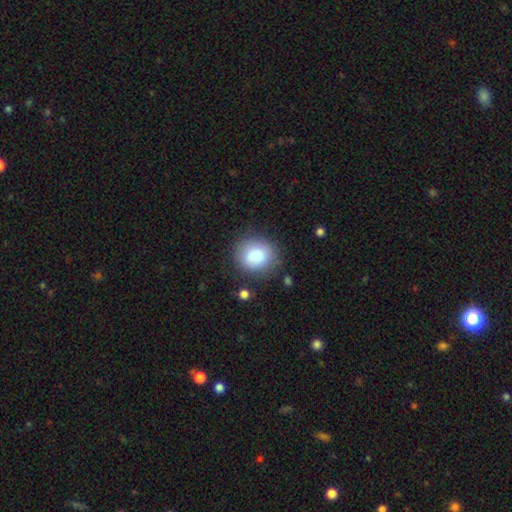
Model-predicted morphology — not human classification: Smooth or featured? Predicted: smooth (p=0.86). How rounded? Predicted: round (p=0.77). Merging? Predicted: none (p=0.79).